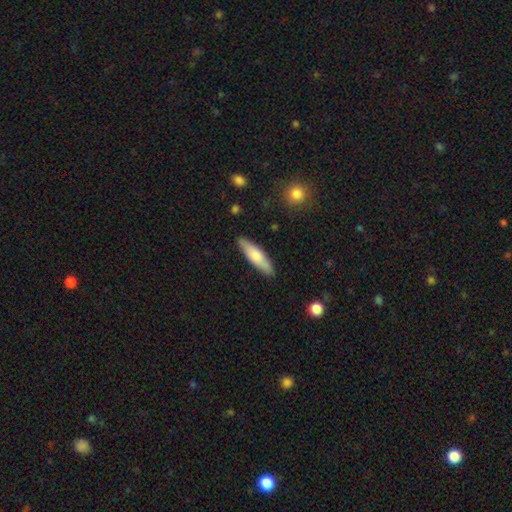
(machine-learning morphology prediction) Smooth or featured: smooth — 70% (featured or disk — 25%)
How rounded: cigar-shaped — 67% (in between — 31%)
Merging: none — 87% (minor disturbance — 10%)